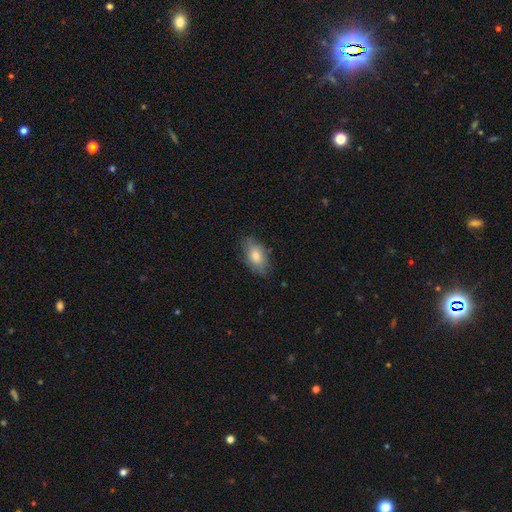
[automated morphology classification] Overall: smooth (71%). How rounded: in between (90%). Merging: none (75%).